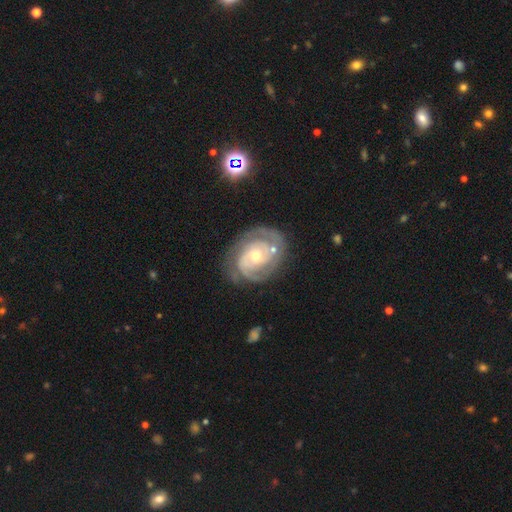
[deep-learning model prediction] Smooth or featured? Predicted: featured or disk (p=0.89). Edge-on disk? Predicted: no (p=0.98). Bar? Predicted: no (p=0.68). Spiral arms? Predicted: yes (p=0.97). Spiral winding? Predicted: tight (p=0.69). Spiral arm count? Predicted: 2 (p=0.59). Bulge size? Predicted: moderate (p=0.52). Merging? Predicted: none (p=0.73).